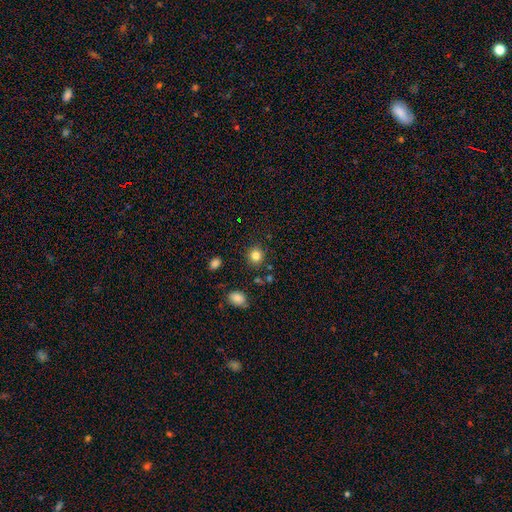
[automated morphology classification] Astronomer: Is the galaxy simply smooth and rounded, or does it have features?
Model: smooth — 83%.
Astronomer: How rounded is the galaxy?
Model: round — 87%.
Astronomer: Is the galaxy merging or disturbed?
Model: none — 87%.